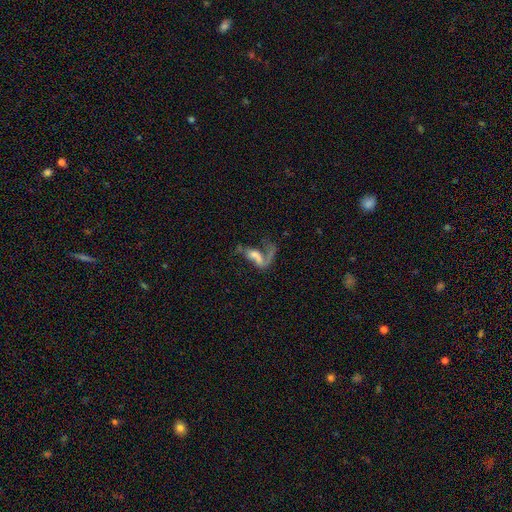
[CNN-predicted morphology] Overall: featured or disk (60%; smooth 27%). Edge-on disk: no (91%). Bar: no (61%; weak 26%). Spiral arms: yes (60%; no 40%). Bulge size: none (33%; small 30%). Merging: major disturbance (43%; merger 25%).